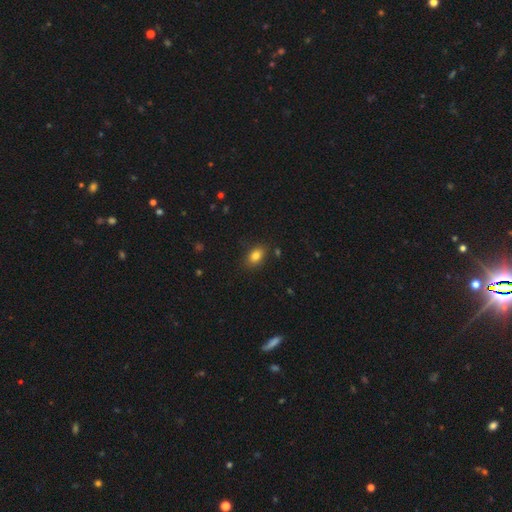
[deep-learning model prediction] Overall: smooth (82%). How rounded: in between (80%). Merging: none (82%).